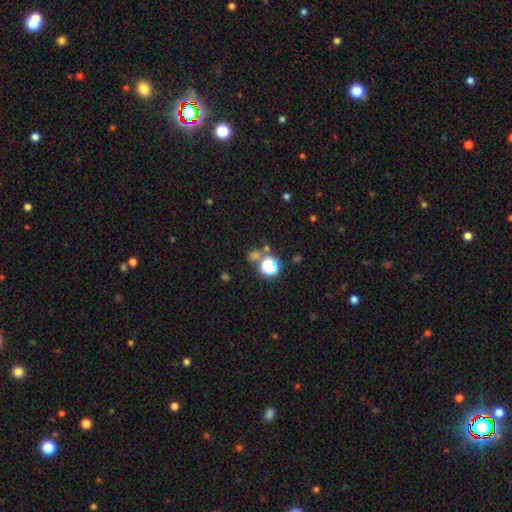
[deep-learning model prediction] Morphology: type=star or artifact (50%).